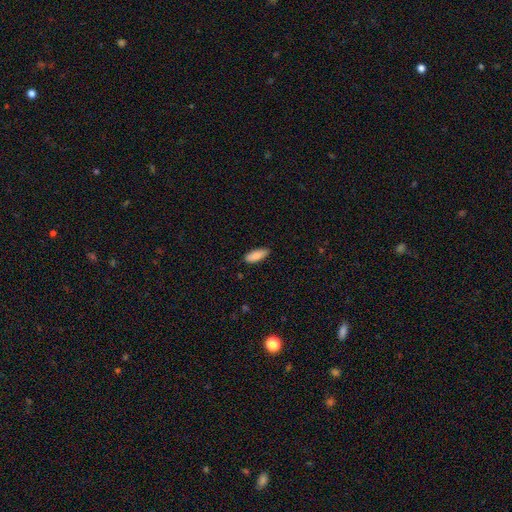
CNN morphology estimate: A smooth galaxy with no disk features (88%) that is in between round and cigar-shaped (72%).

Vote fractions:
- Smooth or featured? smooth: 88% / featured or disk: 6% / star or artifact: 6%
- How rounded? in between: 72% / cigar-shaped: 26% / round: 2%
- Merging? none: 85% / minor disturbance: 12% / major disturbance: 2% / merger: 1%